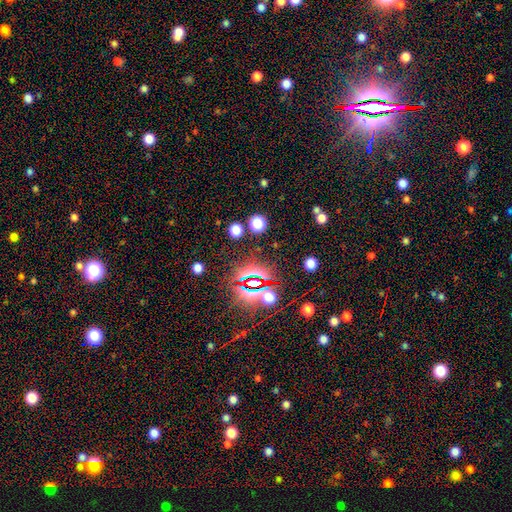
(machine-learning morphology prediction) Smooth or featured?
  - star or artifact: 77% *
  - smooth: 14%
  - featured or disk: 9%